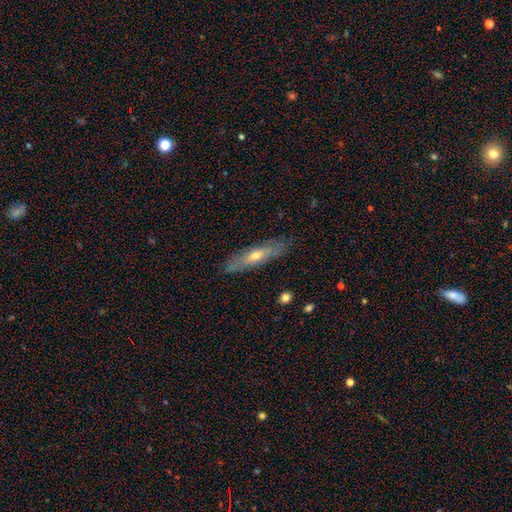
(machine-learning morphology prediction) Smooth or featured? Predicted: featured or disk (p=0.49). Merging? Predicted: none (p=0.81).